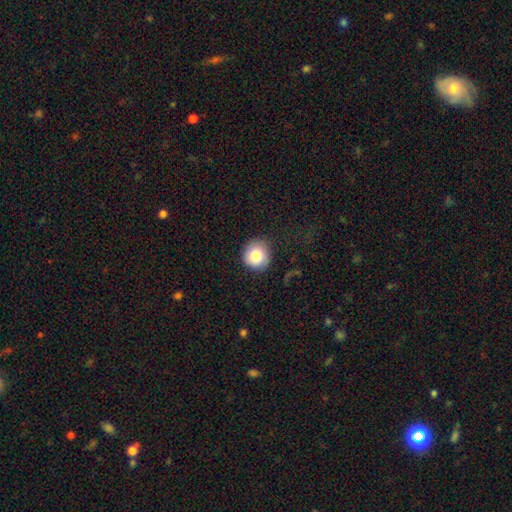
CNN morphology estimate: smooth-or-featured: smooth: 82% | featured or disk: 10% | star or artifact: 9%
  how-rounded: round: 91% | in between: 8% | cigar-shaped: 1%
  merging: none: 81% | minor disturbance: 13% | major disturbance: 4% | merger: 1%